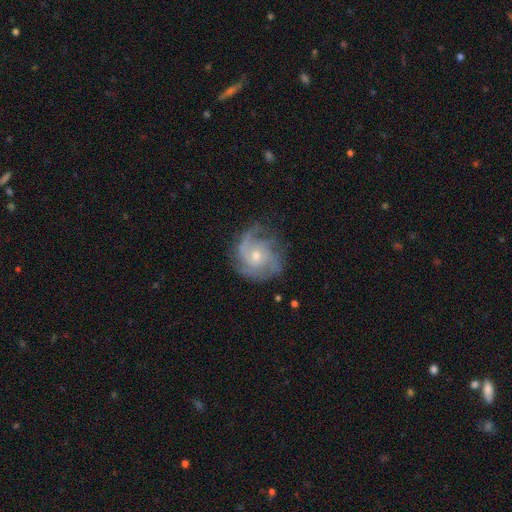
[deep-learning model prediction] smooth-or-featured: featured or disk: 84% | smooth: 9% | star or artifact: 7%
  disk-edge-on: no: 98% | yes: 2%
    bar: no: 74% | weak: 22% | strong: 4%
    has-spiral-arms: yes: 95% | no: 5%
      spiral-winding: tight: 46% | medium: 40% | loose: 14%
      spiral-arm-count: 3: 36% | can't tell: 22% | 2: 18% | 4: 12% | 1: 6% | more than 4: 6%
    bulge-size: small: 50% | moderate: 46% | large: 2% | none: 1% | dominant: 1%
  merging: none: 70% | minor disturbance: 19% | major disturbance: 10% | merger: 1%